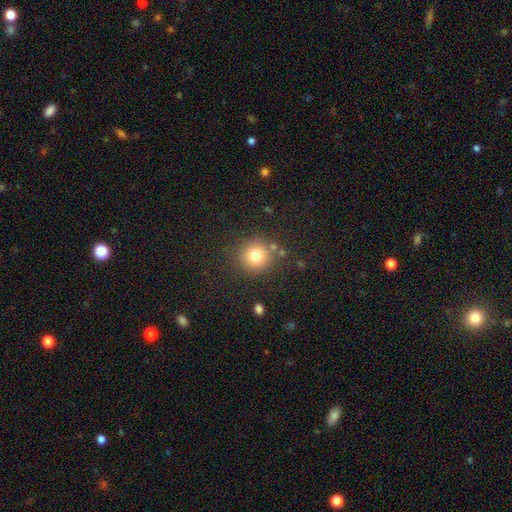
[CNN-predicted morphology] This is likely a smooth galaxy (77%). How rounded: clearly round (93%). Merging: clearly none (83%).